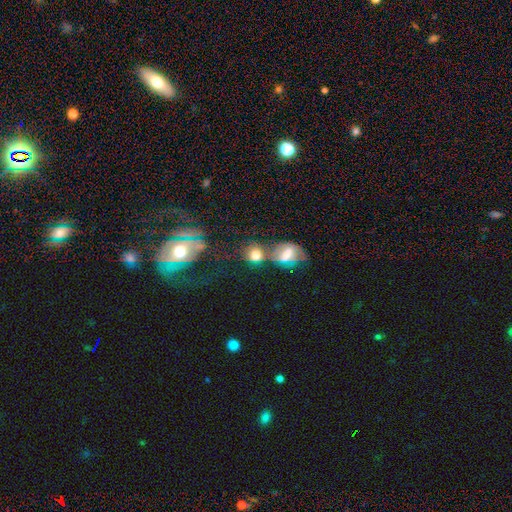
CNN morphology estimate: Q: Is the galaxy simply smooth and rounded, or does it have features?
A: smooth — 67%.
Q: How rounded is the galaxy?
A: round — 76%.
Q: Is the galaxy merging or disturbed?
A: none — 41%.